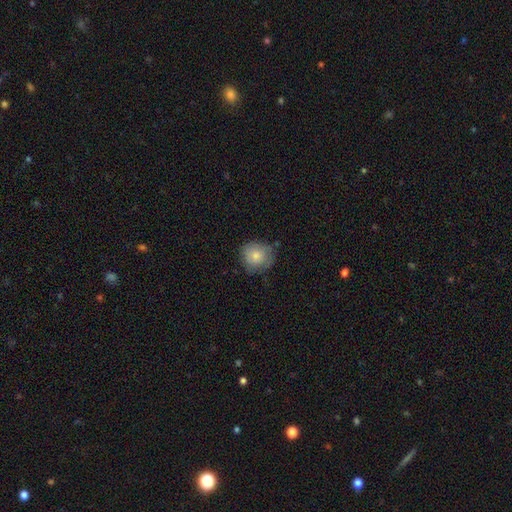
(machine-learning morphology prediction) smooth 80%, featured or disk 12%, star or artifact 8%. Down the decision tree: how rounded — round (86%); merging — none (70%).